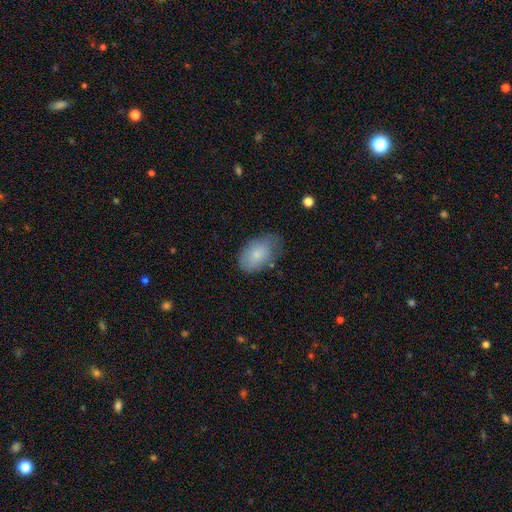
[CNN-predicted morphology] smooth_or_featured: smooth (p=0.80) [alt: featured or disk p=0.13]
how_rounded: in between (p=0.90) [alt: round p=0.08]
merging: none (p=0.57) [alt: minor disturbance p=0.32]